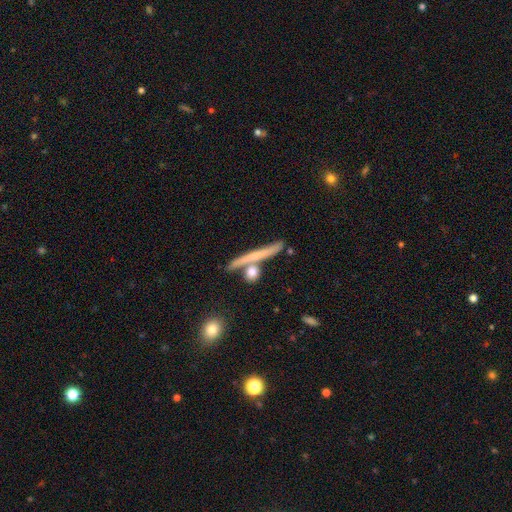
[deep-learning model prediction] smooth-or-featured: smooth: 47% | featured or disk: 44% | star or artifact: 9%
  merging: none: 71% | merger: 13% | minor disturbance: 12% | major disturbance: 4%